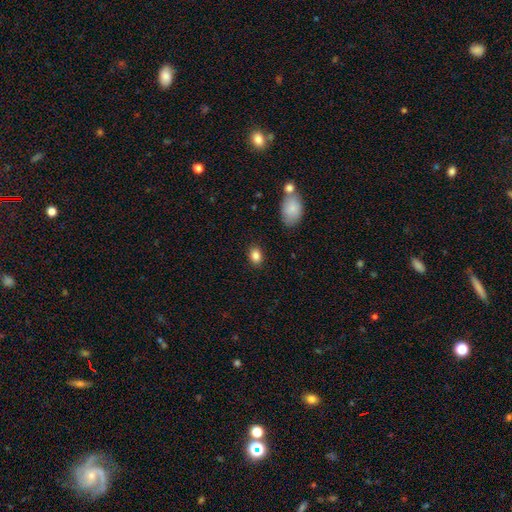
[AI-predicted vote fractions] smooth-or-featured: smooth: 85% | star or artifact: 9% | featured or disk: 5%
  how-rounded: in between: 68% | round: 31% | cigar-shaped: 1%
  merging: none: 87% | minor disturbance: 9% | major disturbance: 2% | merger: 2%